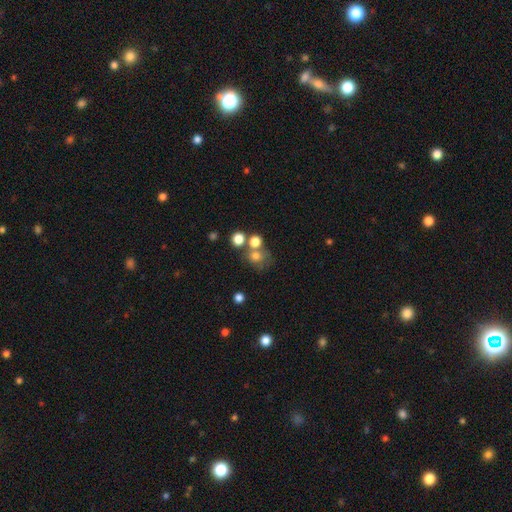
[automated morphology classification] A smooth galaxy with no disk features (71%) that is round (80%). Merging: none (52%).